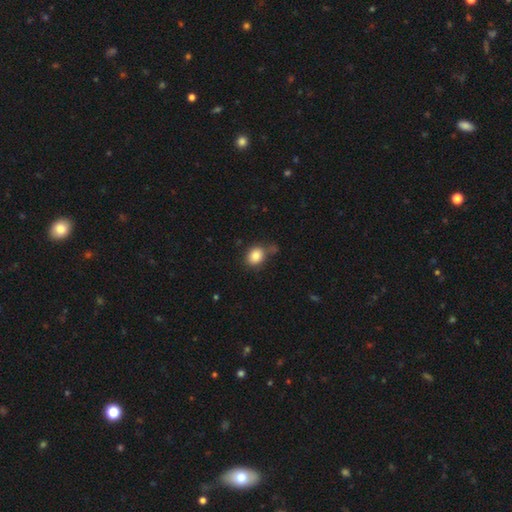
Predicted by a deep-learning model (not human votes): Smooth or featured? smooth (85%)
How rounded? round (52%)
Merging? none (69%)